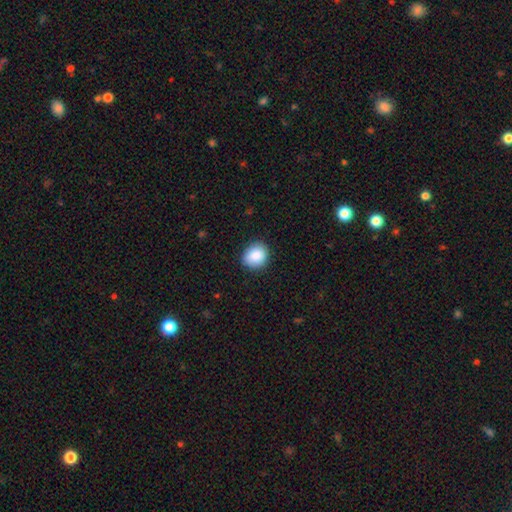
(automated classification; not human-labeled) smooth 88%, star or artifact 8%, featured or disk 4%. Down the decision tree: how rounded — round (70%); merging — none (88%).